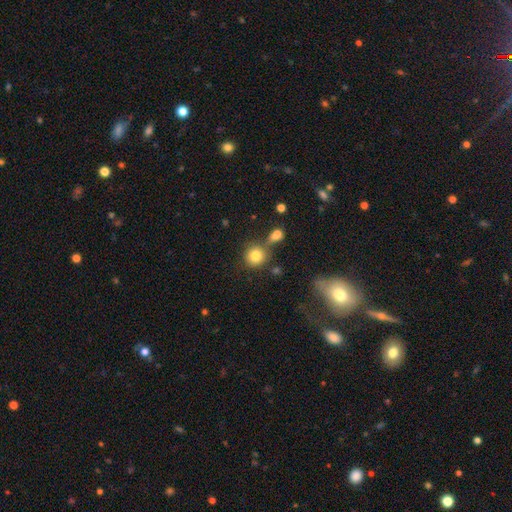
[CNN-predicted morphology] Q: Smooth or featured?
A: smooth (82%); runner-up: star or artifact (10%)
Q: How rounded?
A: round (89%); runner-up: in between (10%)
Q: Merging?
A: none (62%); runner-up: merger (22%)